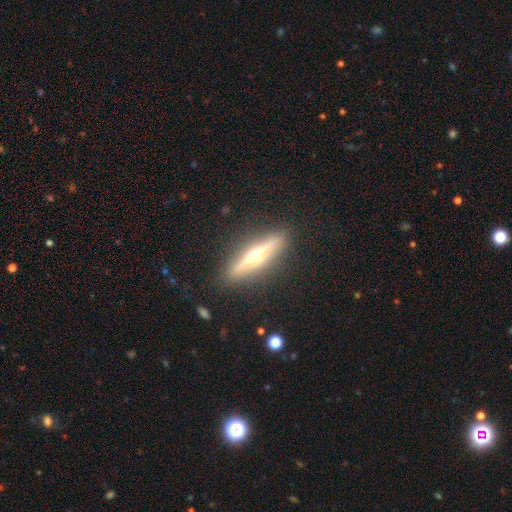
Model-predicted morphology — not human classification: The model was most divided on "smooth or featured": featured or disk: 74%, smooth: 20%, star or artifact: 6%. More confident: edge-on disk — yes (96%); edge-on bulge — rounded (94%); merging — none (90%).